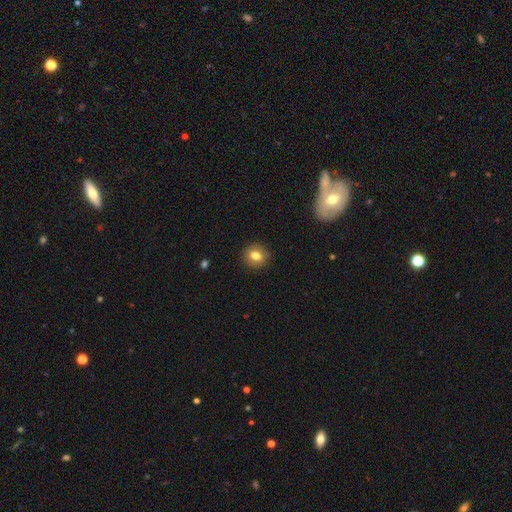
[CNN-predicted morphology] type=smooth (79%); roundness=round (81%); merging=none (91%).